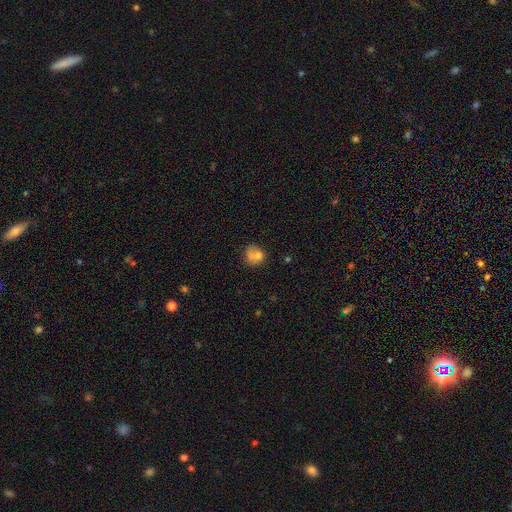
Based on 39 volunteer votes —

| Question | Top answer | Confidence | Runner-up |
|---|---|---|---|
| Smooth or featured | smooth | 77% | featured or disk (18%) |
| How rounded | round | 70% | in between (30%) |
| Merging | merger | 46% | none (35%) |